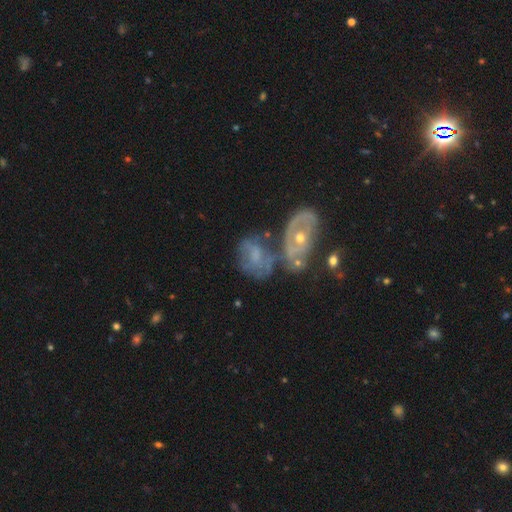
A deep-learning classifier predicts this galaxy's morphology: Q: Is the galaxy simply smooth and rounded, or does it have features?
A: featured or disk — 60%.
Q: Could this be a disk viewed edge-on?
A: no — 95%.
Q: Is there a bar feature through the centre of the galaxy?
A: no — 72%.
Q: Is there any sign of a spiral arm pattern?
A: no — 51%.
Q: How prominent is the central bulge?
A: moderate — 45%.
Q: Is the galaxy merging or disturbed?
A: merger — 38%.